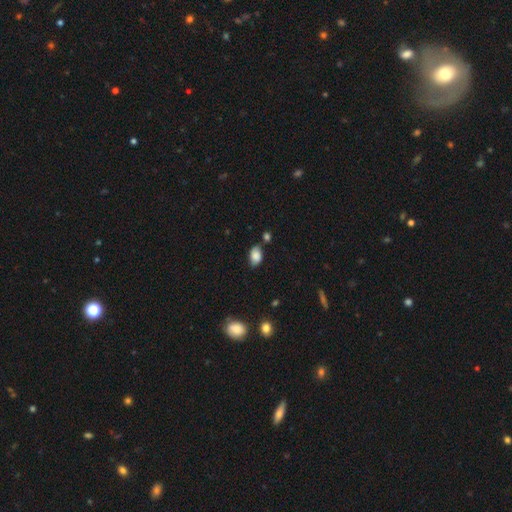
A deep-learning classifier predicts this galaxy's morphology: smooth_or_featured: smooth (p=0.79) [alt: featured or disk p=0.12]
how_rounded: in between (p=0.87) [alt: round p=0.11]
merging: none (p=0.65) [alt: minor disturbance p=0.23]